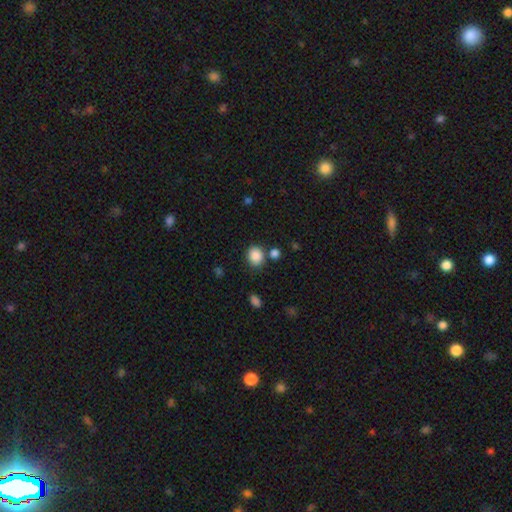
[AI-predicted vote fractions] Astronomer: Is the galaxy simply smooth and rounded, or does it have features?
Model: smooth — 87%.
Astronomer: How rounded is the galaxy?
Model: round — 68%.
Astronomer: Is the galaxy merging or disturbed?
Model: none — 74%.